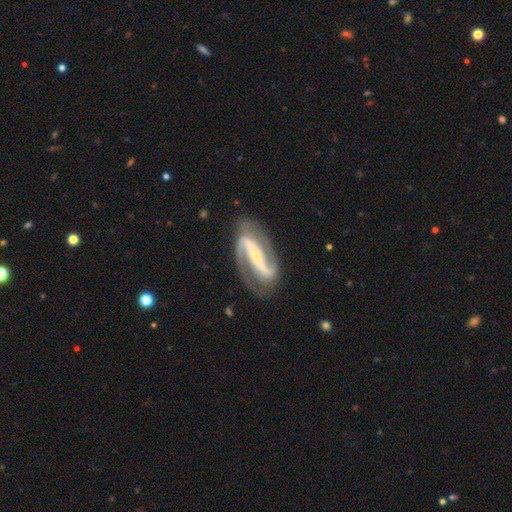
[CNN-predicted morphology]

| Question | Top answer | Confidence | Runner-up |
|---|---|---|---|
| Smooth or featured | featured or disk | 91% | smooth (5%) |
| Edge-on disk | no | 94% | yes (6%) |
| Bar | strong | 67% | weak (18%) |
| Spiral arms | yes | 97% | no (3%) |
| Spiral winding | medium | 45% | loose (32%) |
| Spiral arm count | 2 | 93% | can't tell (2%) |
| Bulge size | small | 73% | moderate (22%) |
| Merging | none | 80% | minor disturbance (13%) |